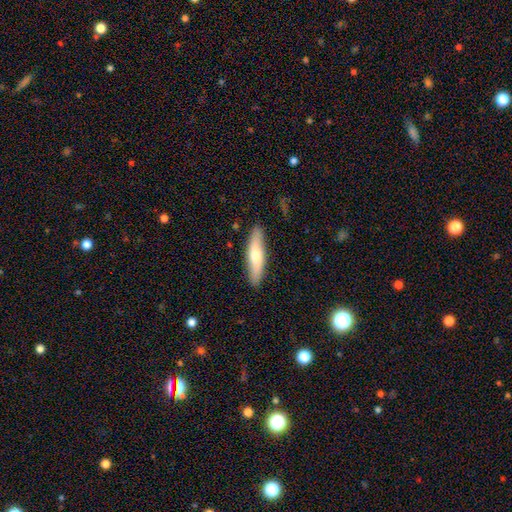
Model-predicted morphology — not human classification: smooth_or_featured: smooth (p=0.62) [alt: featured or disk p=0.32]
how_rounded: cigar-shaped (p=0.72) [alt: in between p=0.26]
merging: none (p=0.88) [alt: minor disturbance p=0.09]